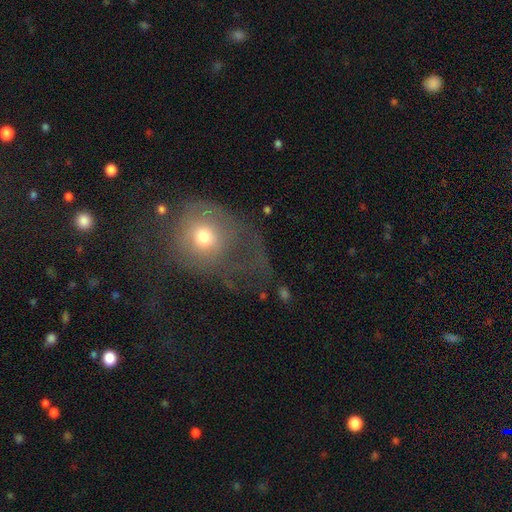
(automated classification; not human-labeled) Overall: smooth (46%; featured or disk 33%). Merging: major disturbance (43%; none 33%).